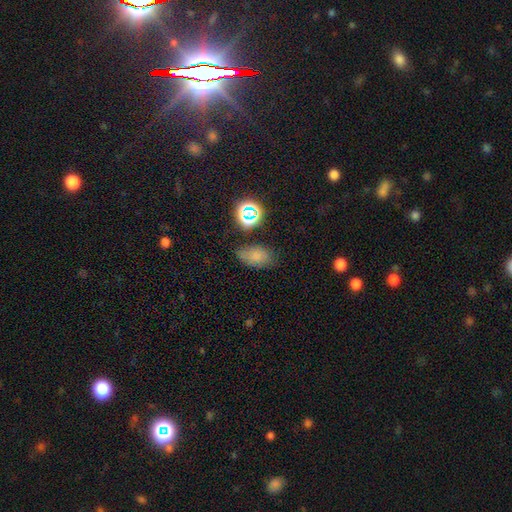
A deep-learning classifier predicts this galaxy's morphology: A smooth galaxy with no disk features (71%) that is in between round and cigar-shaped (86%). Merging: none (69%).